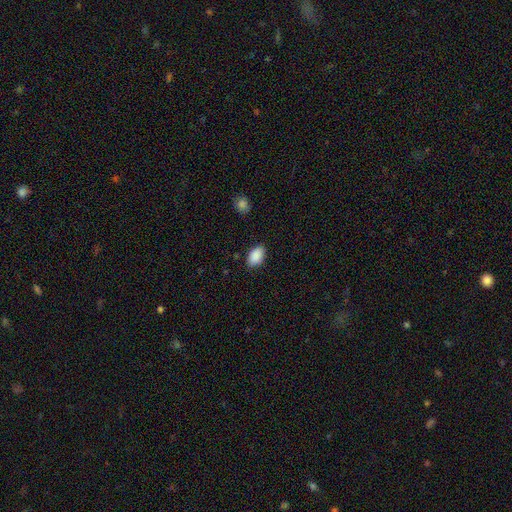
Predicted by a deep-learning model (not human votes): A smooth galaxy with no disk features (90%) that is in between round and cigar-shaped (92%).

Vote fractions:
- Smooth or featured? smooth: 90% / star or artifact: 7% / featured or disk: 3%
- How rounded? in between: 92% / round: 7% / cigar-shaped: 1%
- Merging? none: 86% / minor disturbance: 10% / major disturbance: 2% / merger: 1%